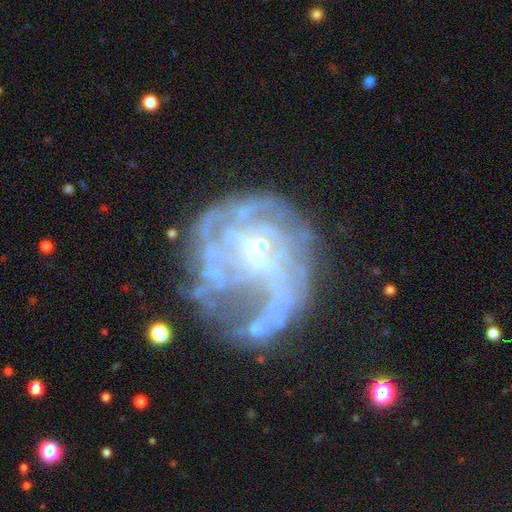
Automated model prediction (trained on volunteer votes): A featured or disk galaxy (77%) with no bar (55%), spiral arms (57%) and a small central bulge (61%).

Vote fractions:
- Smooth or featured? featured or disk: 77% / smooth: 12% / star or artifact: 11%
- Edge-on disk? no: 98% / yes: 2%
- Bar? no: 55% / weak: 34% / strong: 11%
- Spiral arms? yes: 57% / no: 43%
- Bulge size? small: 61% / none: 22% / moderate: 14% / large: 2% / dominant: 1%
- Merging? none: 38% / major disturbance: 36% / minor disturbance: 19% / merger: 8%